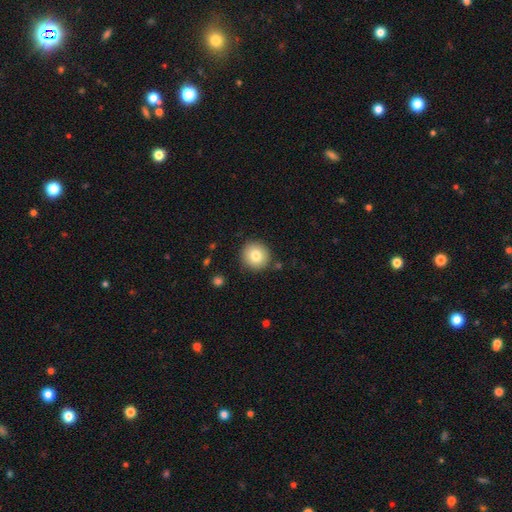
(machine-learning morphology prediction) This appears to be a smooth galaxy with no disk features (80%) that is round (93%). Merging: none (88%).